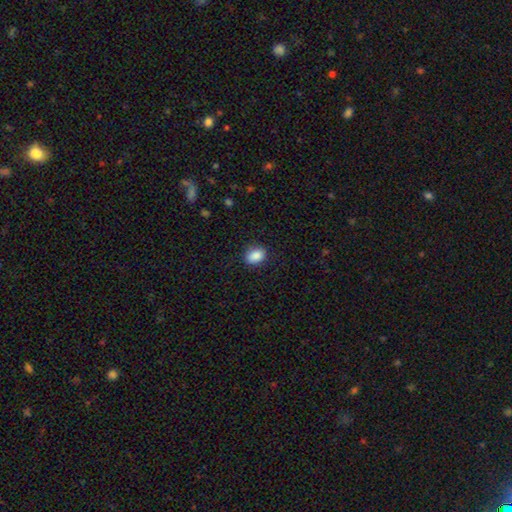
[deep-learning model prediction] Smooth or featured?
  - smooth: 88% *
  - star or artifact: 8%
  - featured or disk: 4%
How rounded?
  - in between: 68% *
  - round: 30%
  - cigar-shaped: 1%
Merging?
  - none: 85% *
  - minor disturbance: 12%
  - major disturbance: 3%
  - merger: 1%